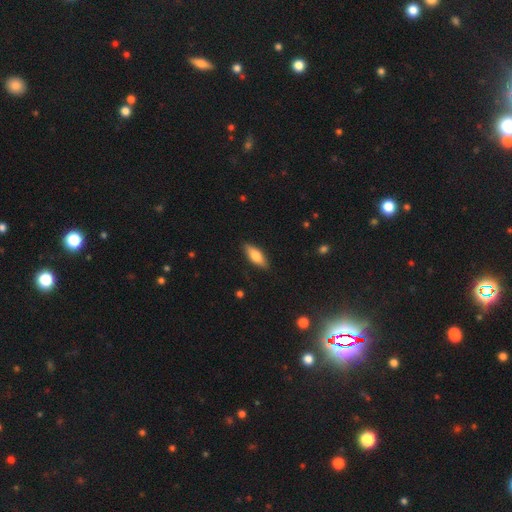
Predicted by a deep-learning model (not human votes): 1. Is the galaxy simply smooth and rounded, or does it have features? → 69% smooth, 24% featured or disk, 6% star or artifact.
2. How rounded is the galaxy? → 62% in between, 35% cigar-shaped, 2% round.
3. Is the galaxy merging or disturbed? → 86% none, 11% minor disturbance, 2% major disturbance, 1% merger.